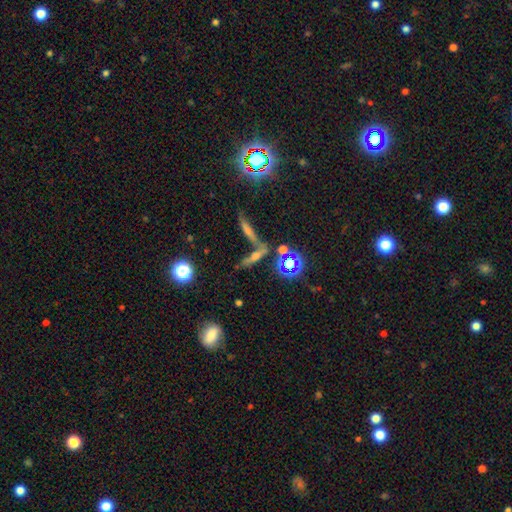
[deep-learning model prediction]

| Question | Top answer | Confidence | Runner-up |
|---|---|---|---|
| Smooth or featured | smooth | 44% | featured or disk (28%) |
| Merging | none | 46% | merger (36%) |